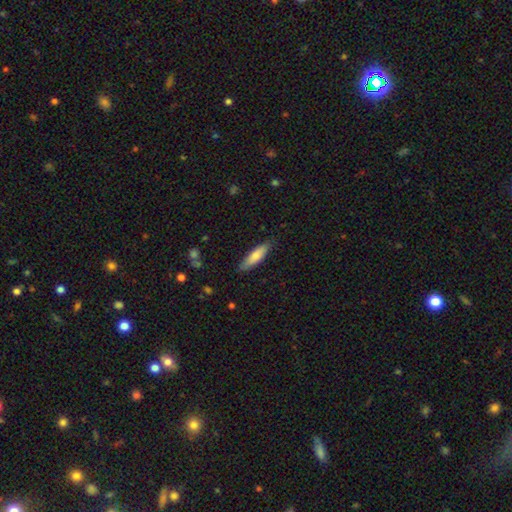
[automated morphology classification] This is likely a smooth galaxy (75%). How rounded: likely cigar-shaped (66%). Merging: clearly none (84%).